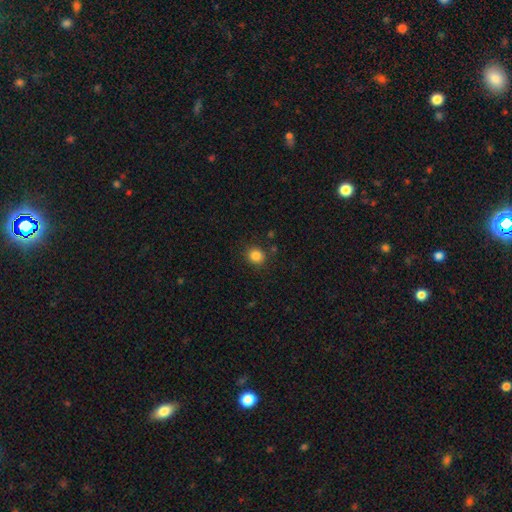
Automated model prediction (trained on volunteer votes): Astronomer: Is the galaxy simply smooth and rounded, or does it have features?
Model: smooth — 85%.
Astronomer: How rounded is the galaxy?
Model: round — 82%.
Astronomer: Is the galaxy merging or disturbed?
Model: none — 86%.